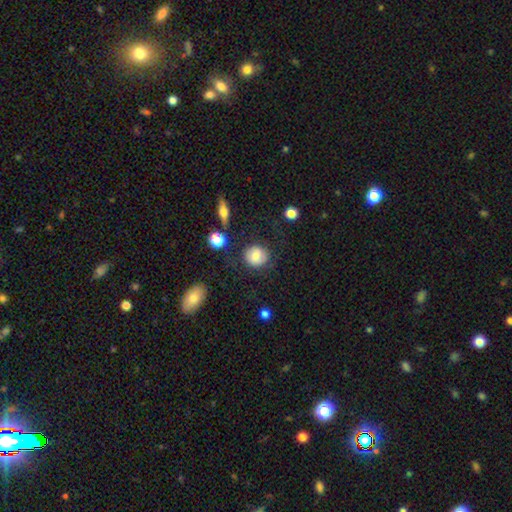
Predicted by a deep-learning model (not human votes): Overall: smooth (75%). How rounded: round (83%). Merging: none (77%).